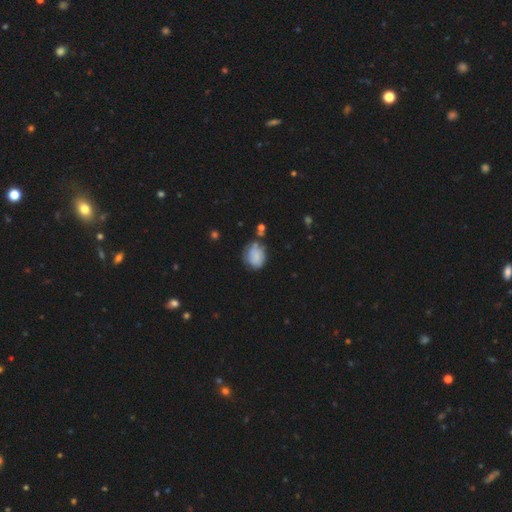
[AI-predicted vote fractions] Smooth or featured? Predicted: smooth (p=0.73). How rounded? Predicted: in between (p=0.55). Merging? Predicted: none (p=0.48).